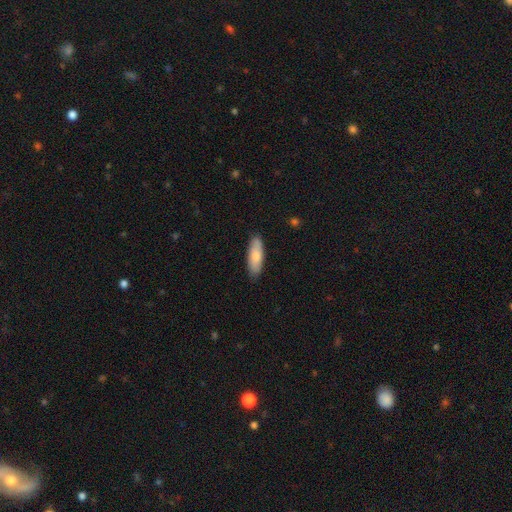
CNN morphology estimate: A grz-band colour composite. It shows a smooth galaxy with no disk features (79%) that is in between round and cigar-shaped (59%). Merging: none (85%).